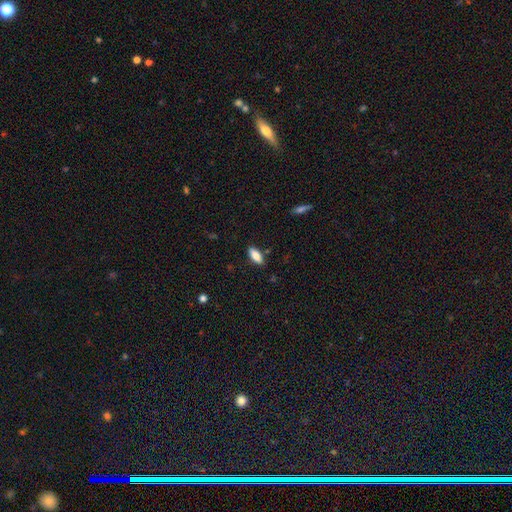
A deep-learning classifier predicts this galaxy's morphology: Smooth or featured? Predicted: smooth (p=0.82). How rounded? Predicted: in between (p=0.77). Merging? Predicted: none (p=0.86).